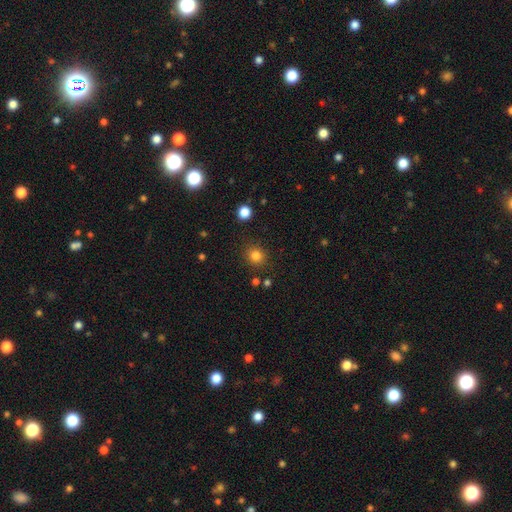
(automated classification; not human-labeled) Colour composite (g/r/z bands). It shows a smooth galaxy with no disk features (82%) that is round (87%). Merging: none (88%).